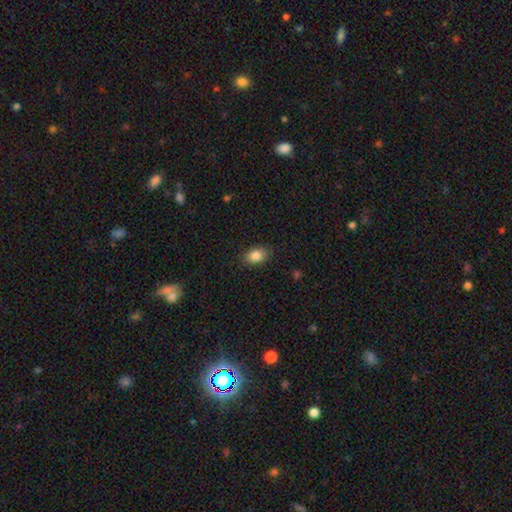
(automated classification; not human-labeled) A smooth galaxy with no disk features (85%) that is in between round and cigar-shaped (84%).

Vote fractions:
- Smooth or featured? smooth: 85% / star or artifact: 8% / featured or disk: 6%
- How rounded? in between: 84% / round: 15% / cigar-shaped: 1%
- Merging? none: 87% / minor disturbance: 10% / major disturbance: 2% / merger: 1%